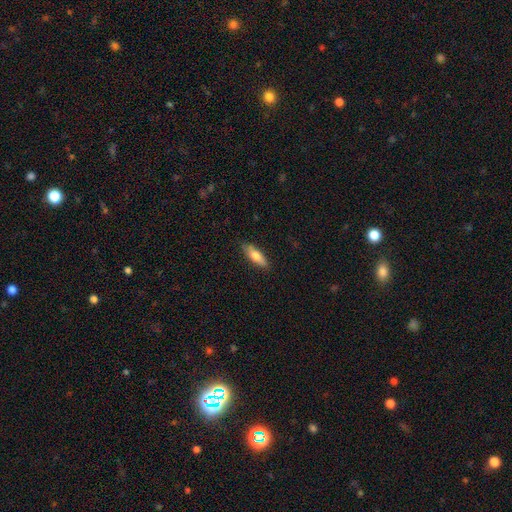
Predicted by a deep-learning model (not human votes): smooth-or-featured: smooth: 74% | featured or disk: 20% | star or artifact: 6%
  how-rounded: in between: 50% | cigar-shaped: 48% | round: 2%
  merging: none: 84% | minor disturbance: 12% | major disturbance: 2% | merger: 1%